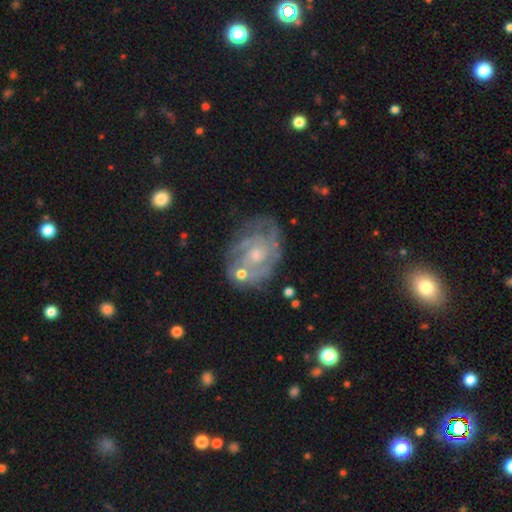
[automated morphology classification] This appears to be a featured or disk galaxy (80%) with no bar (73%), tight (57%) spiral arms (85%) and a small central bulge (54%). Merging: none (57%).